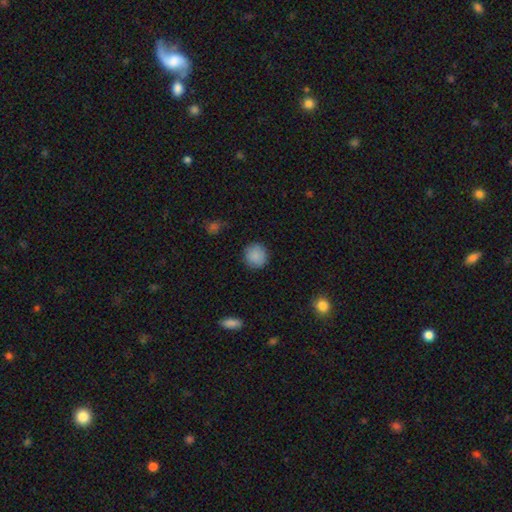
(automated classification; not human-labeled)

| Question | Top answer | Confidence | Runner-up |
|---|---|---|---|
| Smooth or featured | smooth | 88% | star or artifact (8%) |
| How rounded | round | 91% | in between (8%) |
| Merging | none | 89% | minor disturbance (8%) |